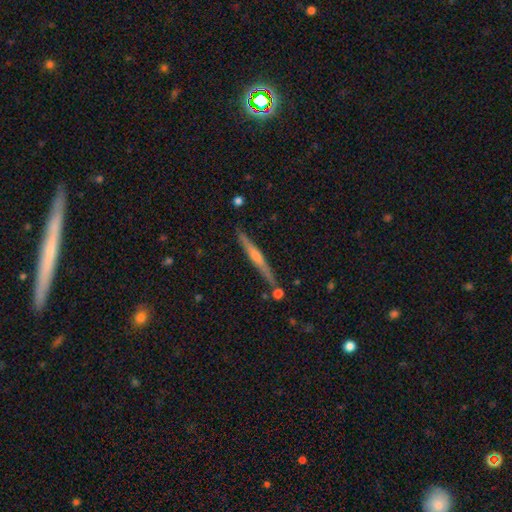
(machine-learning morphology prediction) Smooth or featured?
  - featured or disk: 63% *
  - smooth: 31%
  - star or artifact: 6%
Edge-on disk?
  - yes: 97% *
  - no: 3%
Edge-on bulge?
  - rounded: 58% *
  - none: 33%
  - boxy: 10%
Merging?
  - none: 82% *
  - minor disturbance: 11%
  - merger: 5%
  - major disturbance: 2%